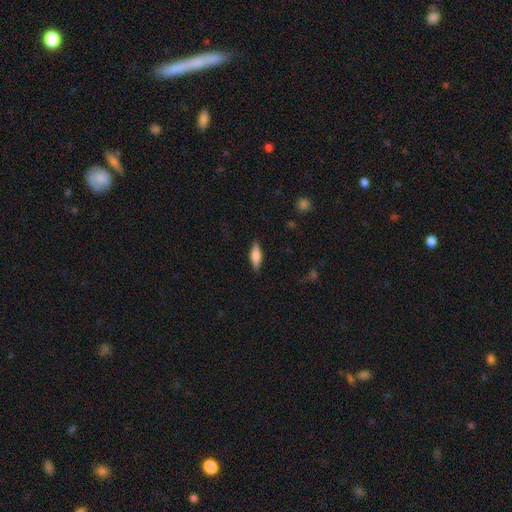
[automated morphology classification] Overall: smooth (57%; featured or disk 37%). How rounded: cigar-shaped (55%; in between 43%). Merging: none (87%).